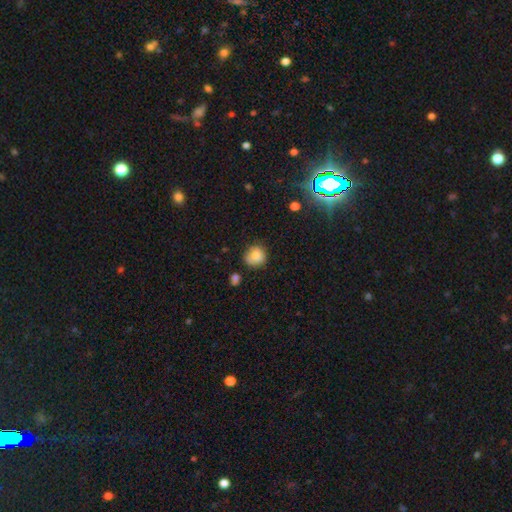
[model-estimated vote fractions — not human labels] smooth_or_featured: smooth (p=0.82) [alt: star or artifact p=0.09]
how_rounded: round (p=0.84) [alt: in between p=0.15]
merging: none (p=0.69) [alt: minor disturbance p=0.22]